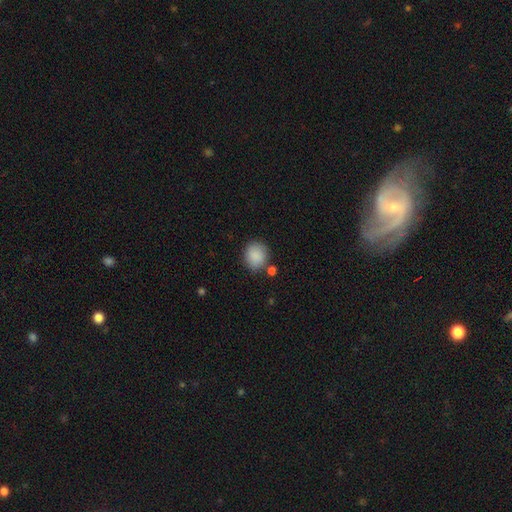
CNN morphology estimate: Smooth or featured?
  - smooth: 88% *
  - star or artifact: 8%
  - featured or disk: 4%
How rounded?
  - round: 76% *
  - in between: 23%
  - cigar-shaped: 1%
Merging?
  - none: 78% *
  - minor disturbance: 12%
  - merger: 7%
  - major disturbance: 4%